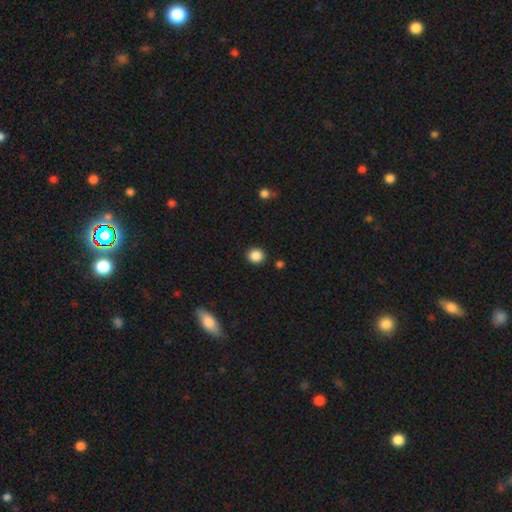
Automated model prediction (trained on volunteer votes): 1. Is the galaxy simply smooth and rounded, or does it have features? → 87% smooth, 10% star or artifact, 3% featured or disk.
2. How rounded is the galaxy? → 78% round, 21% in between, 1% cigar-shaped.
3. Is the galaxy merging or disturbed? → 88% none, 7% minor disturbance, 2% merger, 2% major disturbance.